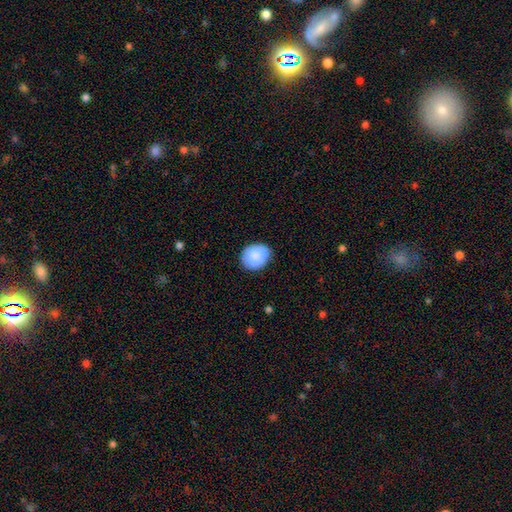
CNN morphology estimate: smooth-or-featured: smooth: 79% | featured or disk: 15% | star or artifact: 6%
  how-rounded: round: 62% | in between: 38% | cigar-shaped: 1%
  merging: none: 81% | minor disturbance: 16% | major disturbance: 3% | merger: 1%